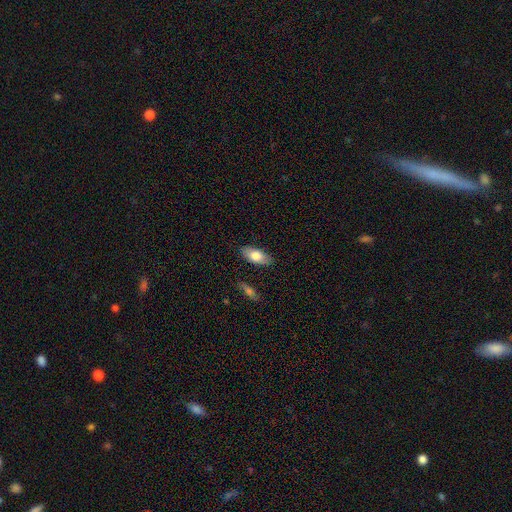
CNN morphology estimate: Q: Smooth or featured?
A: smooth (75%); runner-up: featured or disk (19%)
Q: How rounded?
A: in between (86%); runner-up: cigar-shaped (11%)
Q: Merging?
A: none (85%); runner-up: minor disturbance (11%)